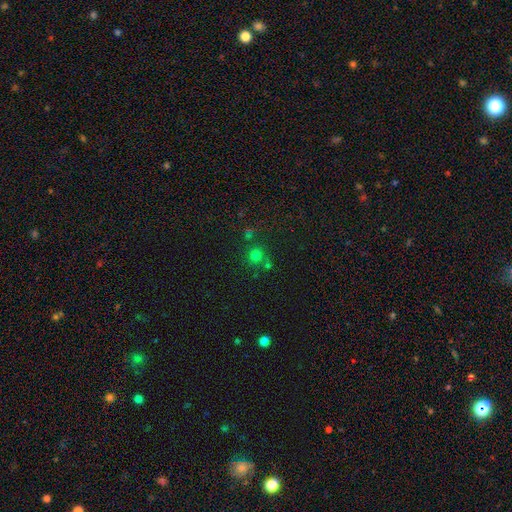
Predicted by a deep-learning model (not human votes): A smooth galaxy with no disk features (69%) that is round (90%). Merging: none (68%).